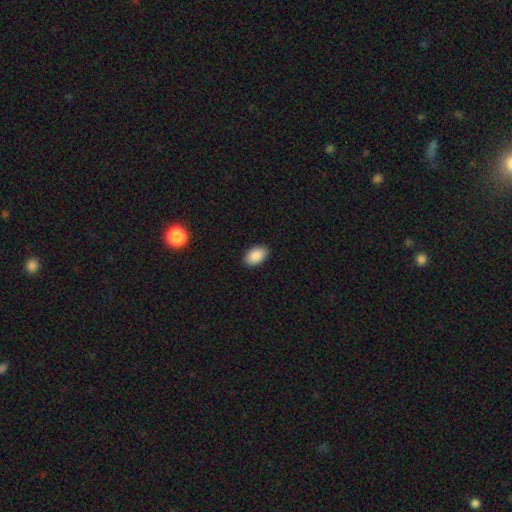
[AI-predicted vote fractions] Smooth or featured? smooth (90%)
How rounded? in between (92%)
Merging? none (90%)